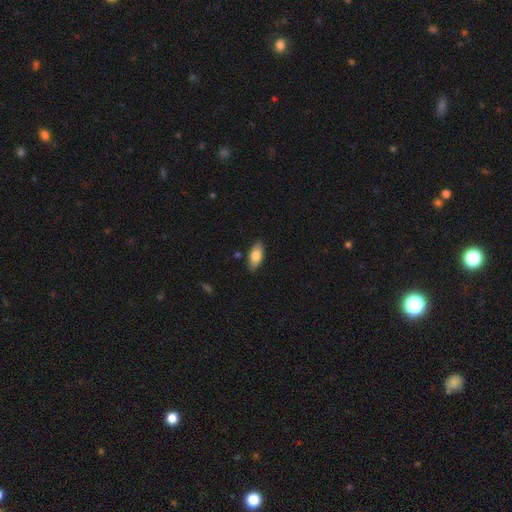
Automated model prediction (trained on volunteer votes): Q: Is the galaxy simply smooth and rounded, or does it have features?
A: smooth — 78%.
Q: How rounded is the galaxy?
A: in between — 86%.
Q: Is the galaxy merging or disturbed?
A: none — 87%.